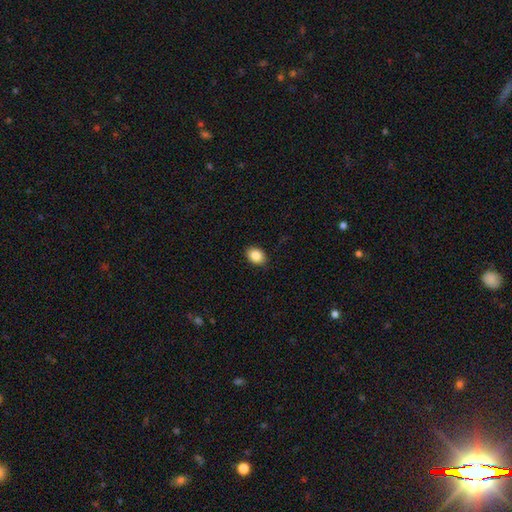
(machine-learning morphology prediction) A smooth galaxy with no disk features (86%) that is in between round and cigar-shaped (73%).

Vote fractions:
- Smooth or featured? smooth: 86% / star or artifact: 8% / featured or disk: 6%
- How rounded? in between: 73% / round: 26% / cigar-shaped: 1%
- Merging? none: 89% / minor disturbance: 8% / major disturbance: 2% / merger: 1%